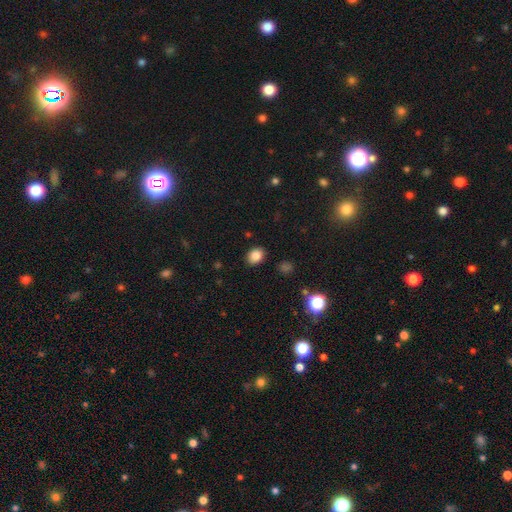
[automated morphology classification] A smooth galaxy with no disk features (85%) that is in between round and cigar-shaped (64%).

Vote fractions:
- Smooth or featured? smooth: 85% / star or artifact: 10% / featured or disk: 6%
- How rounded? in between: 64% / round: 35% / cigar-shaped: 1%
- Merging? none: 88% / minor disturbance: 8% / major disturbance: 2% / merger: 2%